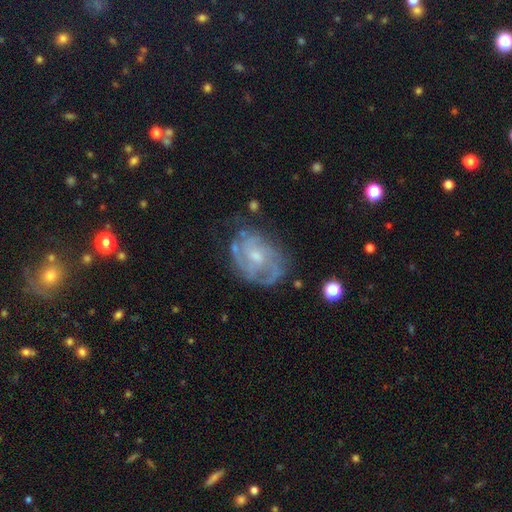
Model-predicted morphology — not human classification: featured or disk 81%, smooth 12%, star or artifact 7%. Down the decision tree: edge-on disk — no (97%); bar — no (61%); spiral arms — yes (91%); spiral arm count — can't tell (32%); spiral winding — tight (49%); bulge size — small (49%); merging — none (65%).